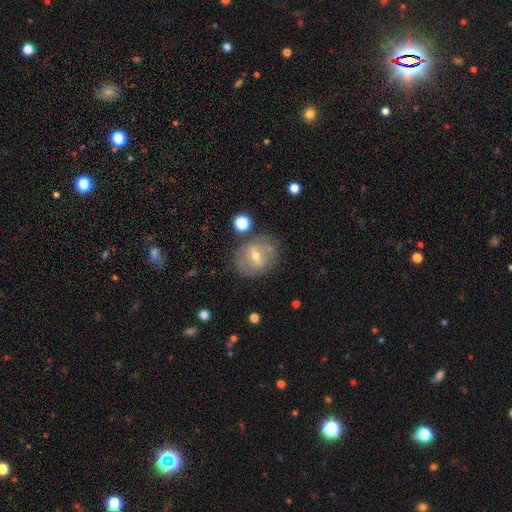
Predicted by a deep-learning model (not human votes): Smooth or featured?
  - featured or disk: 50% *
  - smooth: 40%
  - star or artifact: 10%
Merging?
  - none: 68% *
  - minor disturbance: 19%
  - major disturbance: 9%
  - merger: 5%